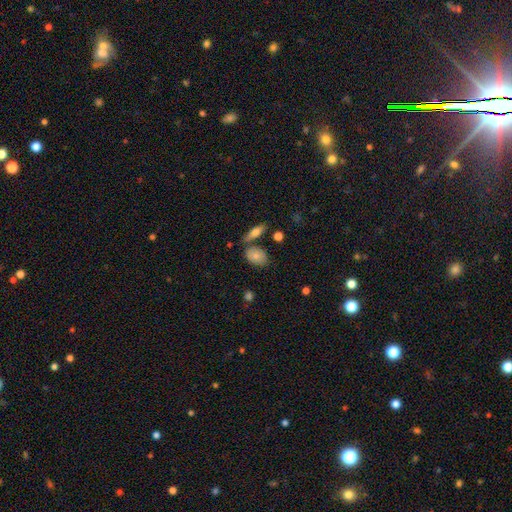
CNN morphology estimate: A smooth galaxy with no disk features (78%) that is in between round and cigar-shaped (84%). Merging: none (63%).